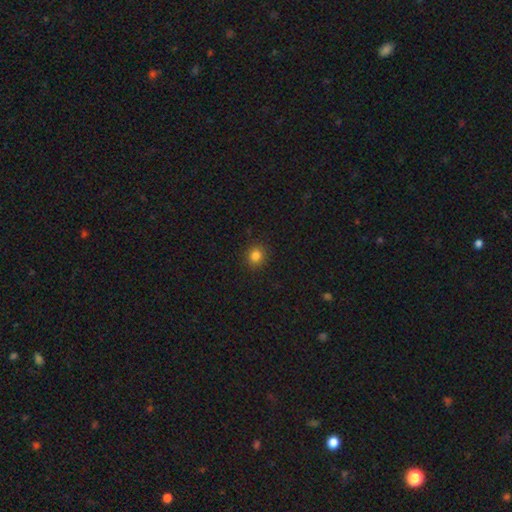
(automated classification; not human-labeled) Smooth or featured? Predicted: smooth (p=0.83). How rounded? Predicted: round (p=0.79). Merging? Predicted: none (p=0.90).